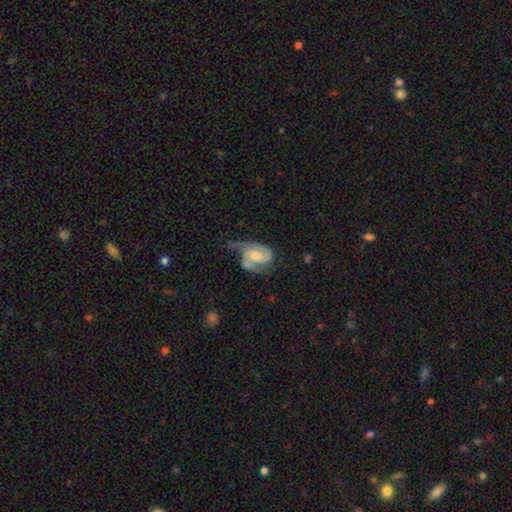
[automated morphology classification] This is likely a featured or disk galaxy (77%). It is clearly not viewed edge-on (97%). Bar: possibly no (48%). Spiral arm pattern: clearly yes (93%). Spiral arm count: likely 2 (78%). Spiral winding: possibly medium (48%). Central bulge: possibly moderate (52%). Merging: marginally none (35%).